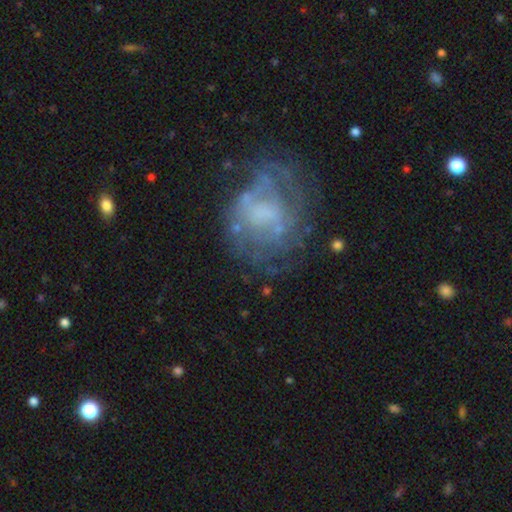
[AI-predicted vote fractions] Smooth or featured: featured or disk — 58% (smooth — 25%)
Edge-on disk: no — 97% (yes — 3%)
Bar: no — 65% (weak — 28%)
Spiral arms: no — 58% (yes — 42%)
Bulge size: none — 40% (small — 29%)
Merging: none — 60% (minor disturbance — 18%)